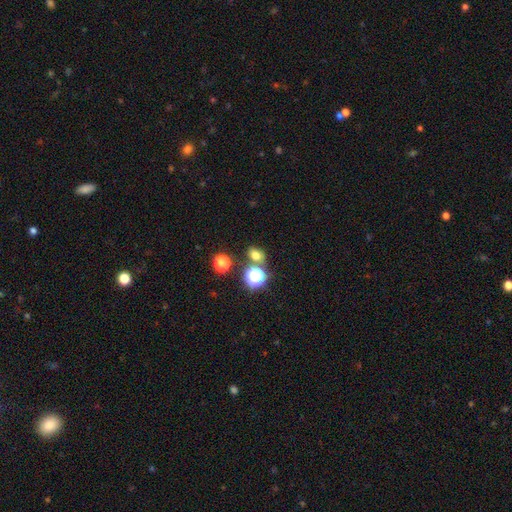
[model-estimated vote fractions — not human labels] This is likely a smooth galaxy (69%). How rounded: possibly in between (51%). Merging: likely none (72%).